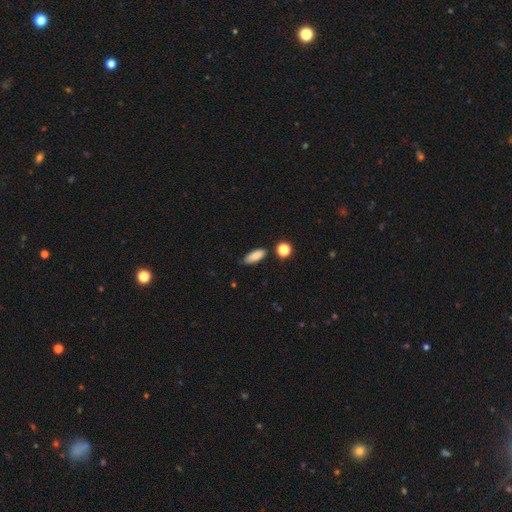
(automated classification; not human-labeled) smooth 84%, star or artifact 8%, featured or disk 8%. Down the decision tree: how rounded — in between (76%); merging — none (75%).